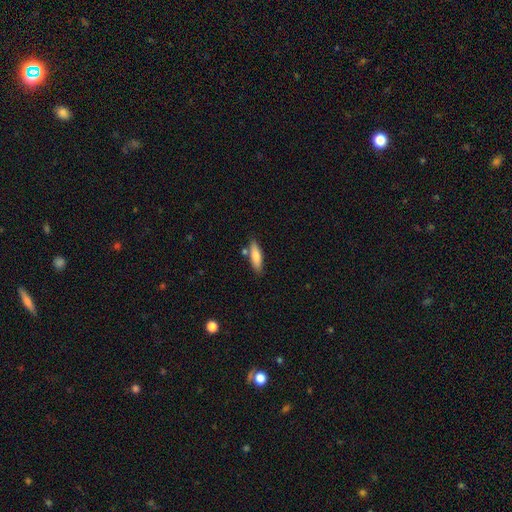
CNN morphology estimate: Overall: smooth (76%). How rounded: cigar-shaped (61%; in between 38%). Merging: none (77%).